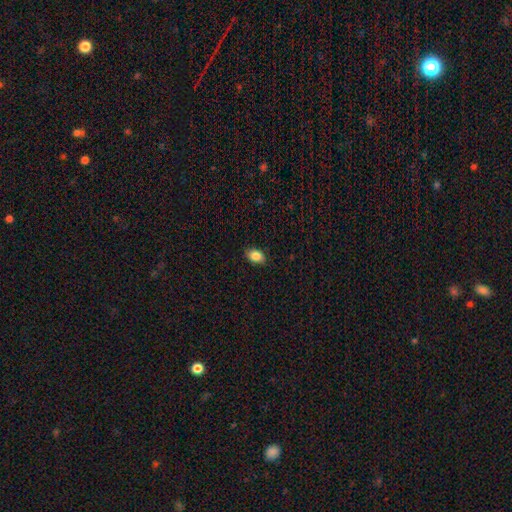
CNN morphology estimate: A smooth galaxy with no disk features (86%) that is in between round and cigar-shaped (84%).

Vote fractions:
- Smooth or featured? smooth: 86% / star or artifact: 8% / featured or disk: 6%
- How rounded? in between: 84% / round: 15% / cigar-shaped: 2%
- Merging? none: 87% / minor disturbance: 10% / major disturbance: 2% / merger: 1%